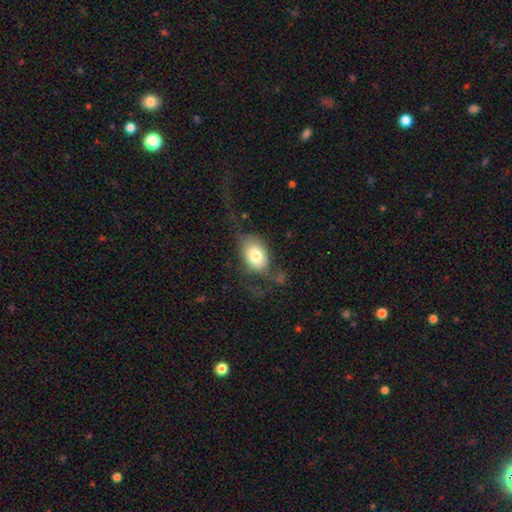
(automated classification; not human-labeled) A smooth galaxy with no disk features (72%) that is in between round and cigar-shaped (81%).

Vote fractions:
- Smooth or featured? smooth: 72% / featured or disk: 20% / star or artifact: 7%
- How rounded? in between: 81% / round: 18% / cigar-shaped: 1%
- Merging? none: 46% / major disturbance: 28% / minor disturbance: 23% / merger: 3%